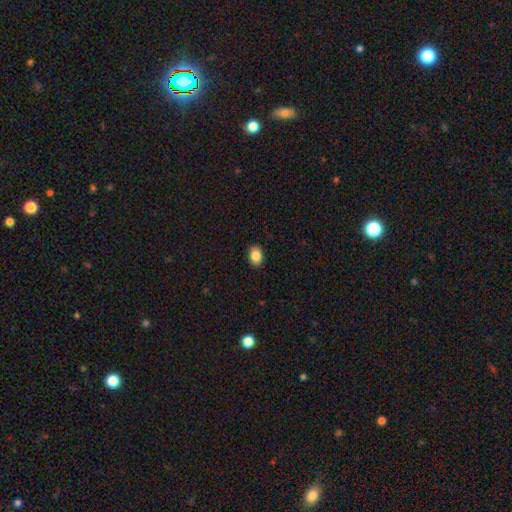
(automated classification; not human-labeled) Smooth or featured?
  - smooth: 86% *
  - star or artifact: 9%
  - featured or disk: 6%
How rounded?
  - in between: 76% *
  - round: 23%
  - cigar-shaped: 1%
Merging?
  - none: 90% *
  - minor disturbance: 7%
  - major disturbance: 2%
  - merger: 1%